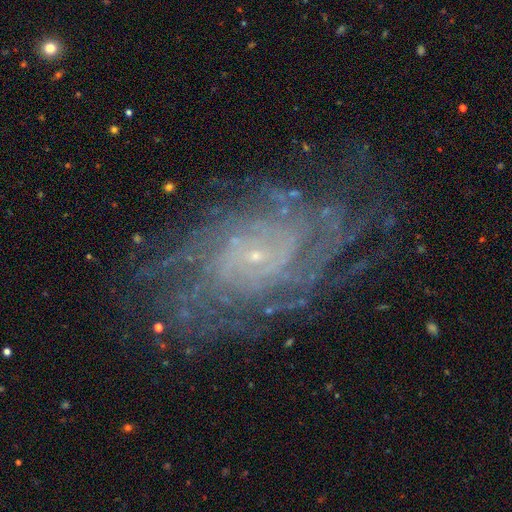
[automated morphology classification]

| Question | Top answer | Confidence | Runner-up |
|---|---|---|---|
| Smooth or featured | featured or disk | 85% | star or artifact (8%) |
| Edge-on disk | no | 96% | yes (4%) |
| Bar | no | 72% | weak (22%) |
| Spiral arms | yes | 95% | no (5%) |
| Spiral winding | tight | 70% | medium (24%) |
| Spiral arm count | can't tell | 35% | more than 4 (24%) |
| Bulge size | small | 87% | moderate (7%) |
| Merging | none | 74% | minor disturbance (16%) |